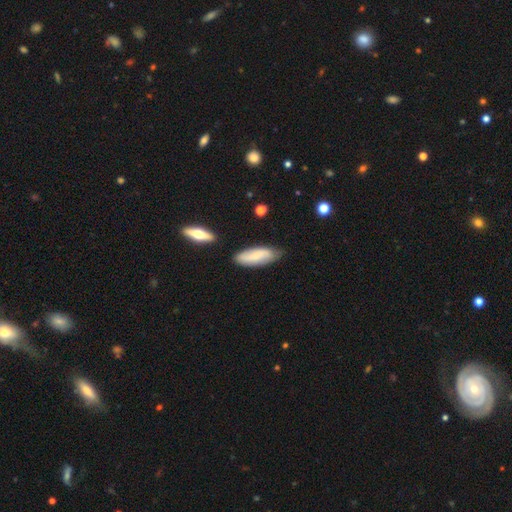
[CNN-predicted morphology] smooth-or-featured: smooth: 66% | featured or disk: 27% | star or artifact: 7%
  how-rounded: in between: 66% | cigar-shaped: 32% | round: 2%
  merging: none: 75% | minor disturbance: 18% | merger: 4% | major disturbance: 3%